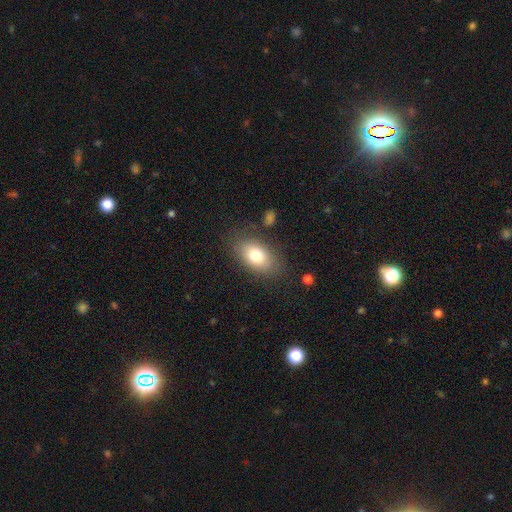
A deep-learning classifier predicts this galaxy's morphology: This appears to be a smooth galaxy with no disk features (77%) that is in between round and cigar-shaped (88%). Merging: none (80%).